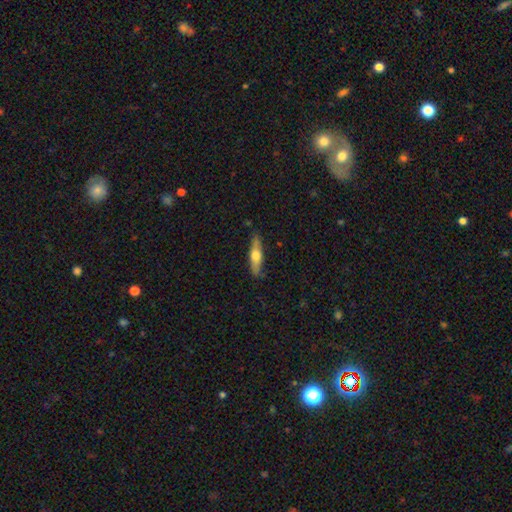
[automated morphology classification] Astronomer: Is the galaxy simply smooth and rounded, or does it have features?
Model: smooth — 52% (runner-up: featured or disk, 42%).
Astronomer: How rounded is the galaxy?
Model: cigar-shaped — 71%.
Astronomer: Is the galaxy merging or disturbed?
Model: none — 82%.